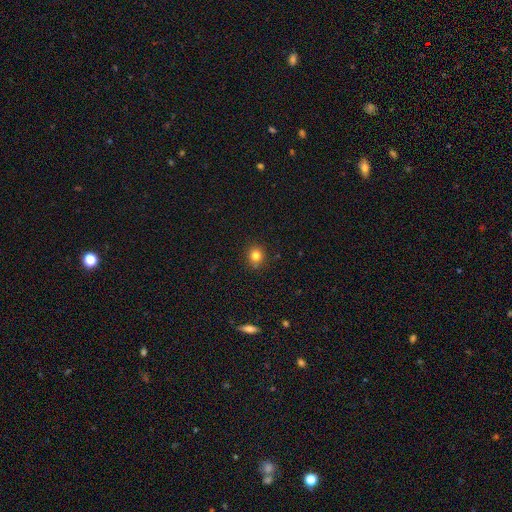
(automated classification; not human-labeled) The model was most divided on "smooth or featured": smooth: 82%, star or artifact: 12%, featured or disk: 6%. More confident: merging — none (88%); how rounded — round (86%).